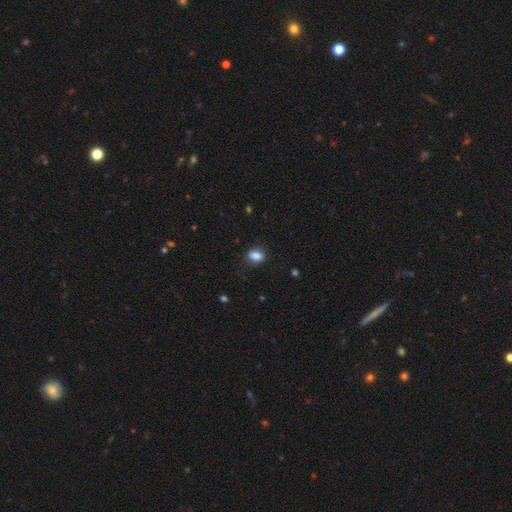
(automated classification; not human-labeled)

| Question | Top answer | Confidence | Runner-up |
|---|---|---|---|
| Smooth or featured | smooth | 86% | star or artifact (9%) |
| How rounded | in between | 73% | round (25%) |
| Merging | none | 84% | minor disturbance (12%) |